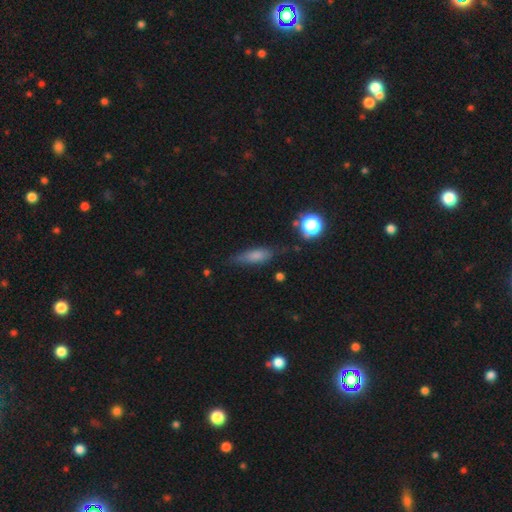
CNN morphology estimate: This appears to be a smooth galaxy with no disk features (72%) that is cigar-shaped (51%). Merging: none (67%).